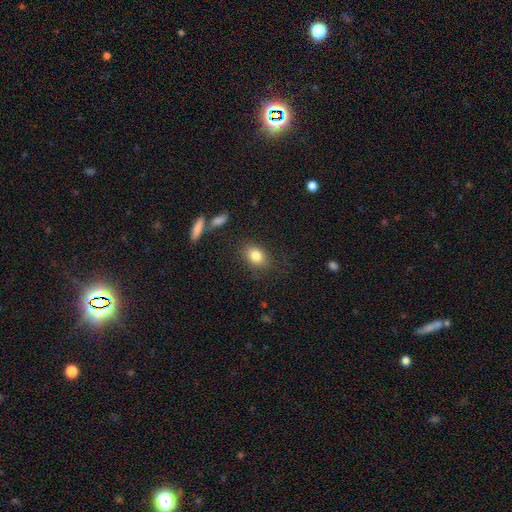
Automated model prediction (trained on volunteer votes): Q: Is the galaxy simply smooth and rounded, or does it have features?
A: smooth — 82%.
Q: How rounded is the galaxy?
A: in between — 71%.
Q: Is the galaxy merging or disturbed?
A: none — 80%.